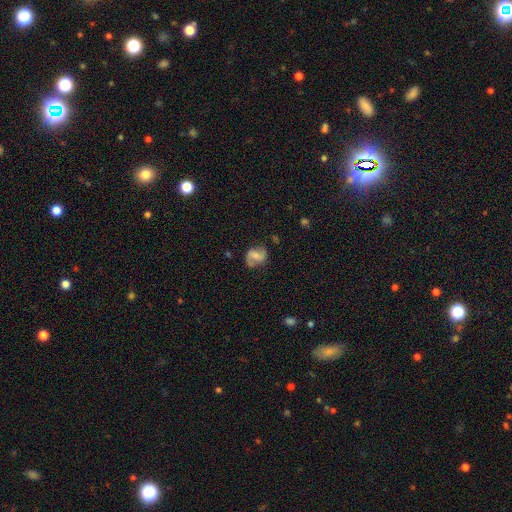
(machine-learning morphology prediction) smooth-or-featured: featured or disk: 65% | smooth: 27% | star or artifact: 8%
  disk-edge-on: no: 97% | yes: 3%
    bar: weak: 44% | no: 32% | strong: 24%
    has-spiral-arms: yes: 88% | no: 12%
      spiral-winding: medium: 44% | loose: 39% | tight: 18%
      spiral-arm-count: 2: 88% | can't tell: 6% | 1: 3% | 3: 1% | 4: 1% | more than 4: 1%
    bulge-size: small: 42% | moderate: 39% | none: 14% | large: 4% | dominant: 1%
  merging: none: 71% | minor disturbance: 19% | major disturbance: 8% | merger: 2%